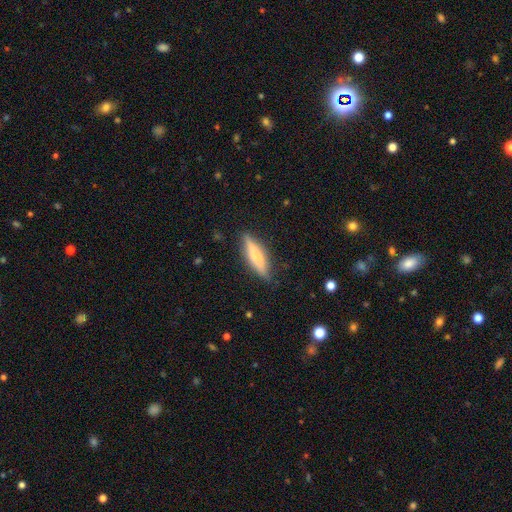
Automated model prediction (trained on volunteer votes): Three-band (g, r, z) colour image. It shows a smooth galaxy with no disk features (50%) that is cigar-shaped (74%). Merging: none (85%).